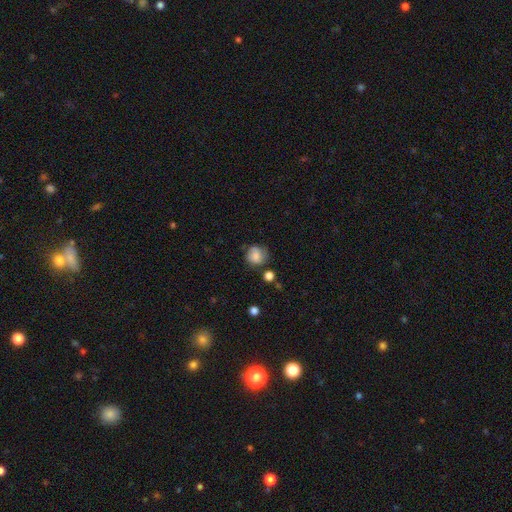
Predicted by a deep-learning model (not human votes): Overall: smooth (80%). How rounded: round (82%). Merging: none (64%).